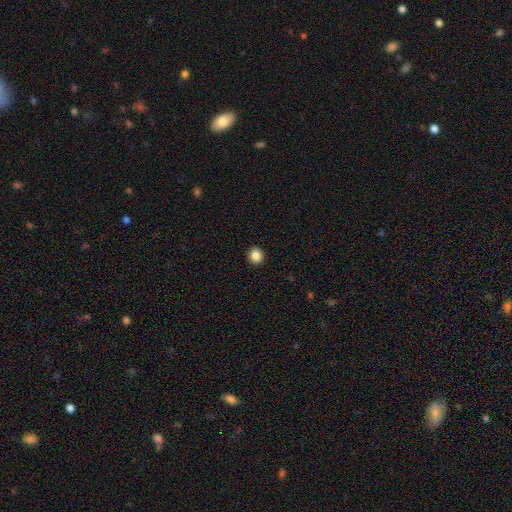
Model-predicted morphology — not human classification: A smooth galaxy with no disk features (85%) that is round (88%).

Vote fractions:
- Smooth or featured? smooth: 85% / star or artifact: 10% / featured or disk: 4%
- How rounded? round: 88% / in between: 12% / cigar-shaped: 1%
- Merging? none: 93% / minor disturbance: 4% / major disturbance: 1% / merger: 1%